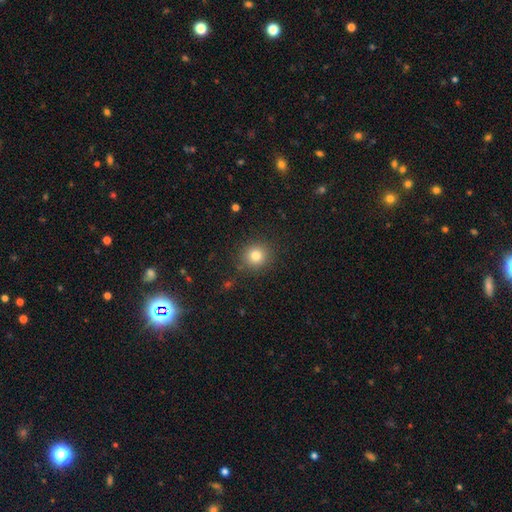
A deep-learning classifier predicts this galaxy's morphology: Smooth or featured?
  - smooth: 80% *
  - star or artifact: 12%
  - featured or disk: 7%
How rounded?
  - round: 90% *
  - in between: 9%
  - cigar-shaped: 1%
Merging?
  - none: 88% *
  - minor disturbance: 8%
  - major disturbance: 3%
  - merger: 1%